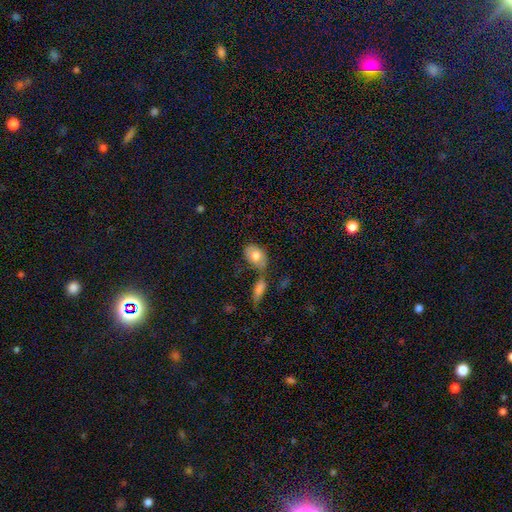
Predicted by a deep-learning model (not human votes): Q: Smooth or featured?
A: smooth (75%); runner-up: featured or disk (18%)
Q: How rounded?
A: in between (84%); runner-up: round (14%)
Q: Merging?
A: none (48%); runner-up: merger (26%)